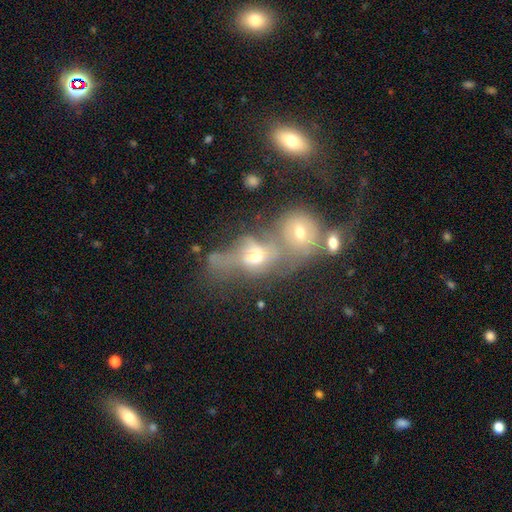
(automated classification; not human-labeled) featured or disk 44%, smooth 38%, star or artifact 18%. Down the decision tree: merging — merger (61%).